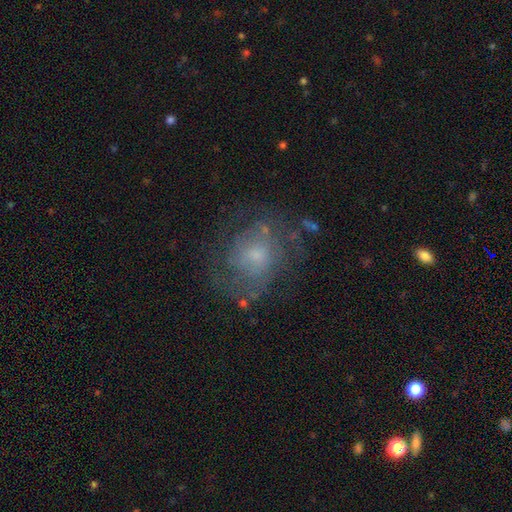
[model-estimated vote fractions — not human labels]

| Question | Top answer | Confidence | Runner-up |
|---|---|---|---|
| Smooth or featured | featured or disk | 61% | smooth (28%) |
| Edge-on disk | no | 97% | yes (3%) |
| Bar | no | 72% | weak (24%) |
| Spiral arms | yes | 69% | no (31%) |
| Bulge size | small | 47% | moderate (37%) |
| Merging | none | 61% | minor disturbance (20%) |